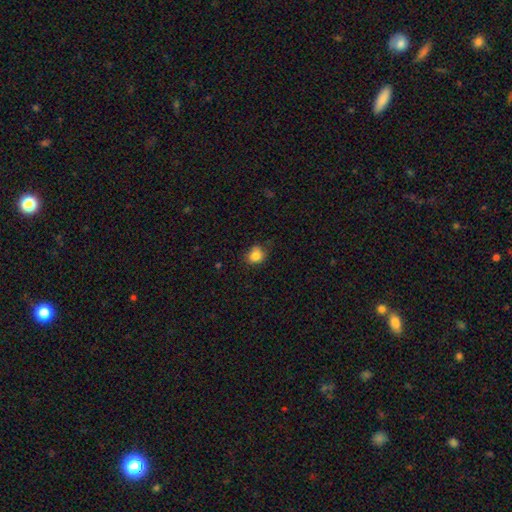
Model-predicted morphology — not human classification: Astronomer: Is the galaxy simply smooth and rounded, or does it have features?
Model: smooth — 83%.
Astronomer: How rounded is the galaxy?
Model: round — 65%.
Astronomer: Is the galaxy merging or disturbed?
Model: none — 65%.